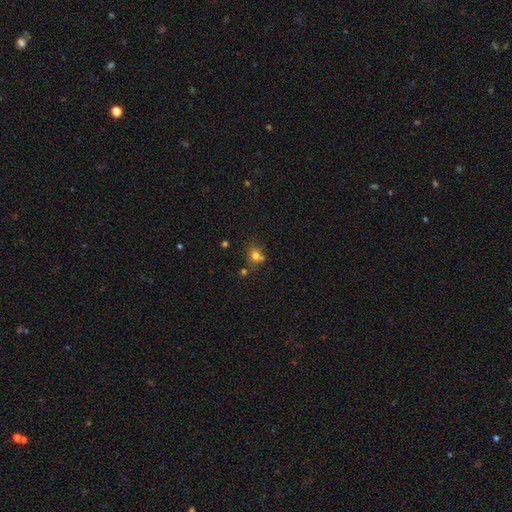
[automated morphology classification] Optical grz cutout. It shows a smooth galaxy with no disk features (72%) that is round (73%). Merging: none (57%).